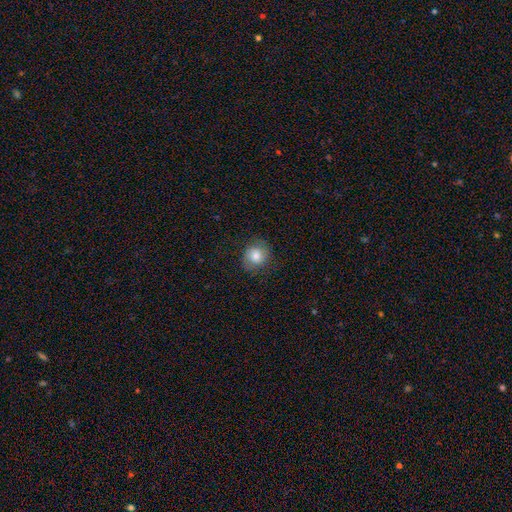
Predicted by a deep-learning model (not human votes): Q: Smooth or featured?
A: smooth (78%); runner-up: featured or disk (13%)
Q: How rounded?
A: round (76%); runner-up: in between (23%)
Q: Merging?
A: none (78%); runner-up: minor disturbance (15%)